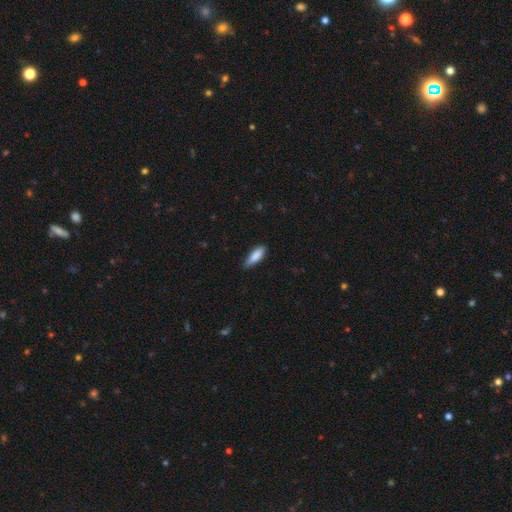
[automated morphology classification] This appears to be a smooth galaxy with no disk features (86%) that is in between round and cigar-shaped (49%, tied with cigar-shaped). Merging: none (73%).